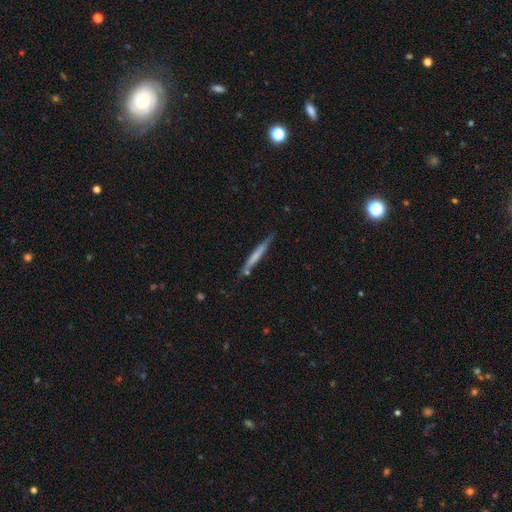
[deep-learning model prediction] A smooth galaxy with no disk features (56%) that is cigar-shaped (96%). Merging: none (77%).